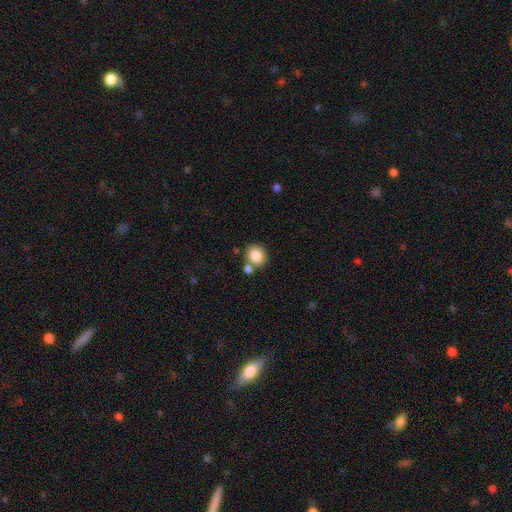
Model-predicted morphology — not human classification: A smooth galaxy with no disk features (84%) that is round (79%).

Vote fractions:
- Smooth or featured? smooth: 84% / star or artifact: 9% / featured or disk: 7%
- How rounded? round: 79% / in between: 20% / cigar-shaped: 1%
- Merging? none: 66% / merger: 21% / minor disturbance: 10% / major disturbance: 3%